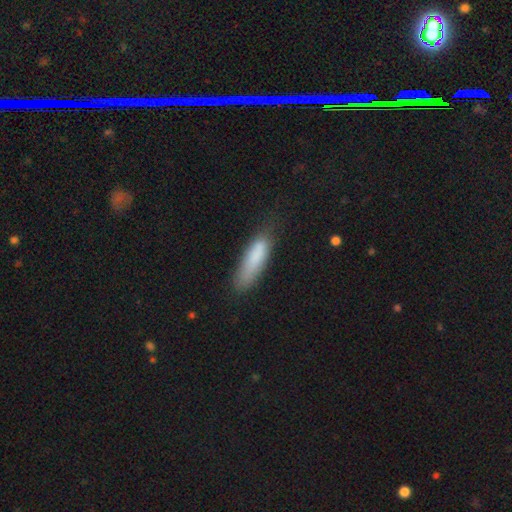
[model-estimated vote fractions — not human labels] The model was most divided on "how rounded": cigar-shaped: 65%, in between: 34%, round: 2%. More confident: smooth or featured — smooth (81%); merging — none (63%).